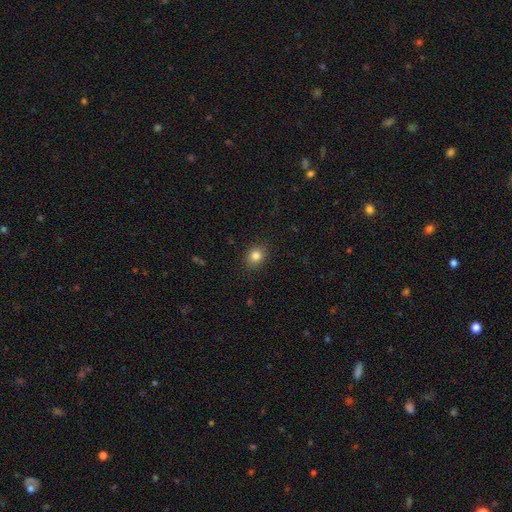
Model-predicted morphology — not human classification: smooth 83%, star or artifact 11%, featured or disk 6%. Down the decision tree: how rounded — round (65%); merging — none (88%).